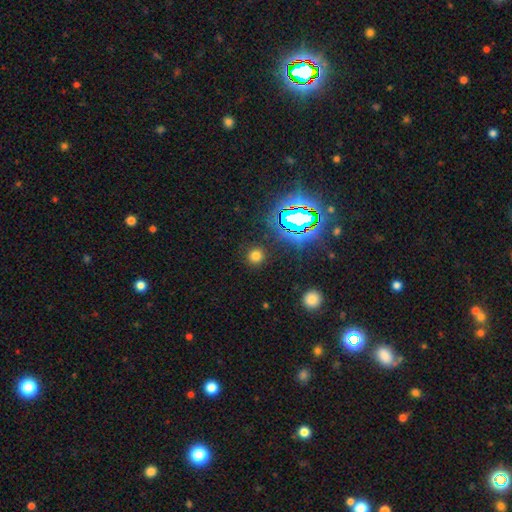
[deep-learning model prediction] Smooth or featured? Predicted: smooth (p=0.69). How rounded? Predicted: round (p=0.92). Merging? Predicted: none (p=0.89).